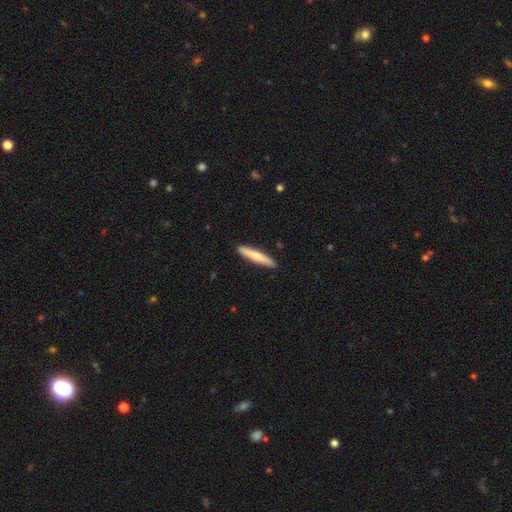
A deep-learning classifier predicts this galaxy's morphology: type=smooth (68%); roundness=cigar-shaped (93%); merging=none (91%).